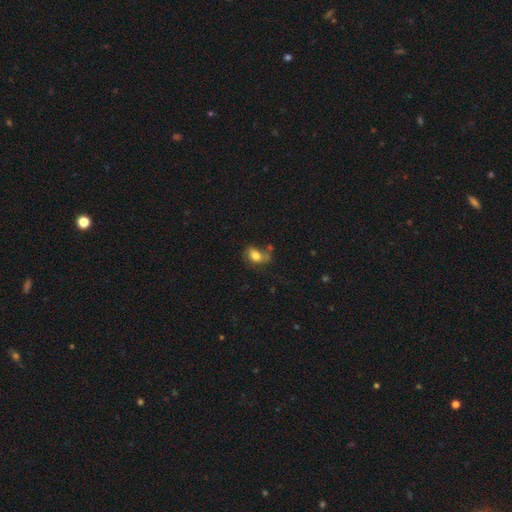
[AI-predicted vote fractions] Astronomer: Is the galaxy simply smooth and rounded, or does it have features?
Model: smooth — 76%.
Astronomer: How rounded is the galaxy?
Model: in between — 74%.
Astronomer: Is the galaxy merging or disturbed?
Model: none — 43% (runner-up: minor disturbance, 26%).